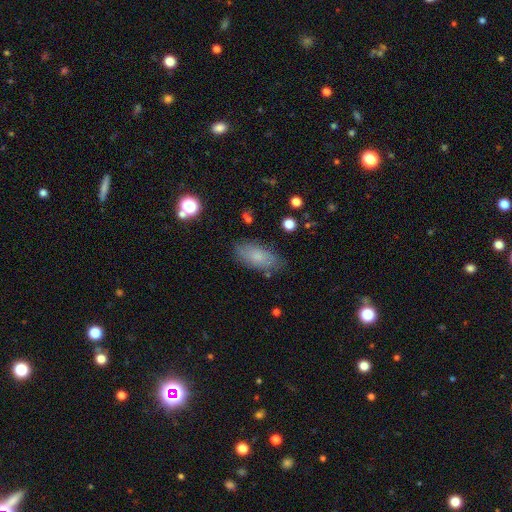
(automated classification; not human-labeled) Q: Smooth or featured?
A: smooth (71%); runner-up: featured or disk (20%)
Q: How rounded?
A: in between (89%); runner-up: cigar-shaped (8%)
Q: Merging?
A: none (78%); runner-up: minor disturbance (16%)